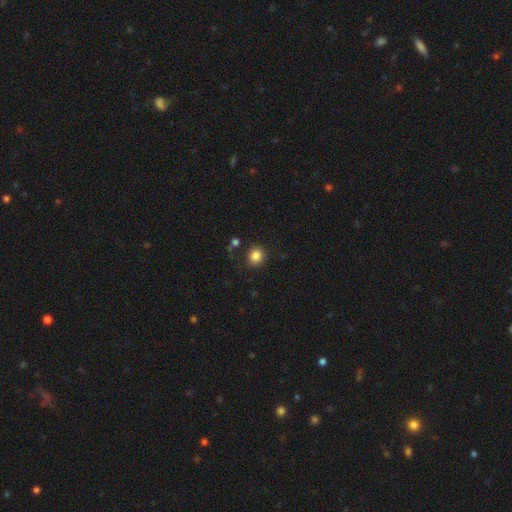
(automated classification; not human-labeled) Smooth or featured? smooth (85%)
How rounded? round (85%)
Merging? none (84%)